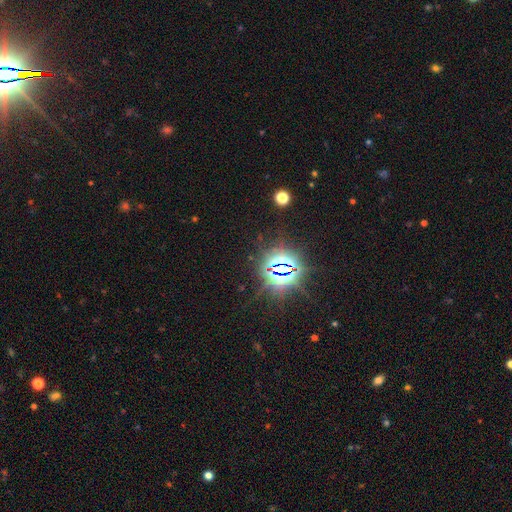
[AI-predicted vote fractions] star or artifact 85%, smooth 9%, featured or disk 6%.